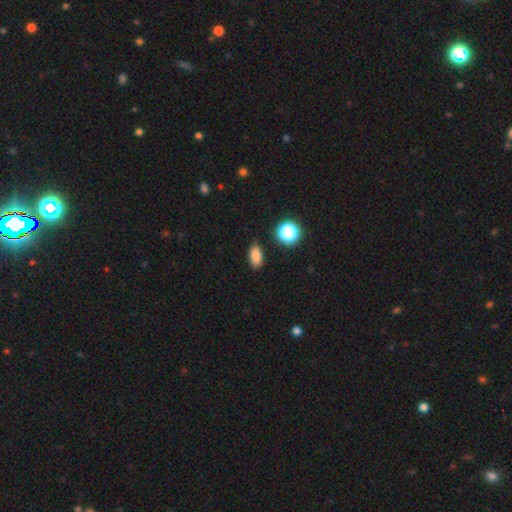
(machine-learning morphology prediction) This appears to be a smooth galaxy with no disk features (82%) that is in between round and cigar-shaped (86%). Merging: none (83%).